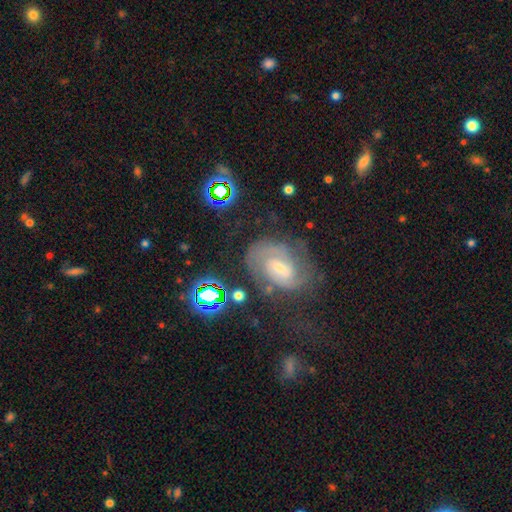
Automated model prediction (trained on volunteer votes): Smooth or featured: featured or disk — 66% (star or artifact — 18%)
Edge-on disk: no — 96% (yes — 4%)
Bar: no — 48% (weak — 40%)
Spiral arms: yes — 84% (no — 16%)
Spiral winding: tight — 51% (medium — 36%)
Spiral arm count: 2 — 44% (can't tell — 35%)
Bulge size: moderate — 49% (small — 38%)
Merging: none — 60% (minor disturbance — 19%)